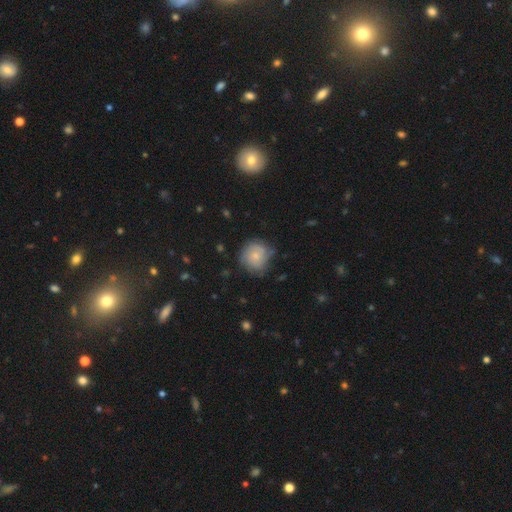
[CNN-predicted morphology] This is likely a smooth galaxy (67%). How rounded: clearly round (87%). Merging: likely none (60%).